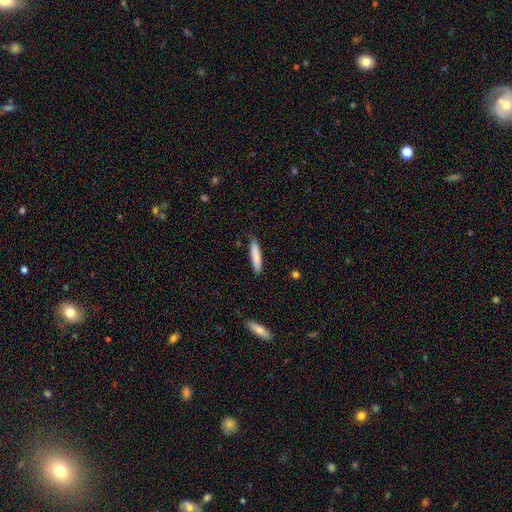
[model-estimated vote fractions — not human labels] This is clearly a smooth galaxy (83%). How rounded: clearly cigar-shaped (86%). Merging: clearly none (82%).